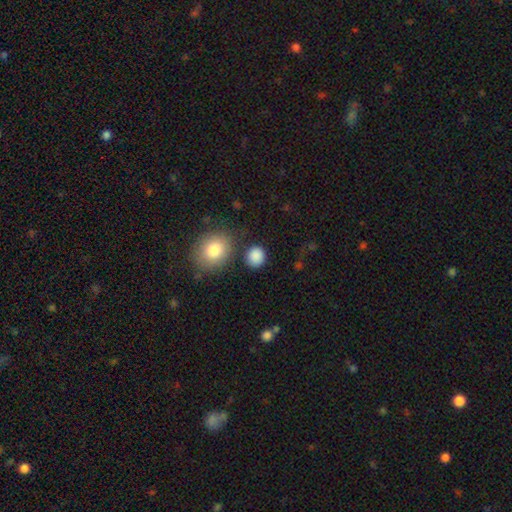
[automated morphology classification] Smooth or featured: smooth — 88% (star or artifact — 8%)
How rounded: round — 80% (in between — 19%)
Merging: none — 82% (minor disturbance — 10%)